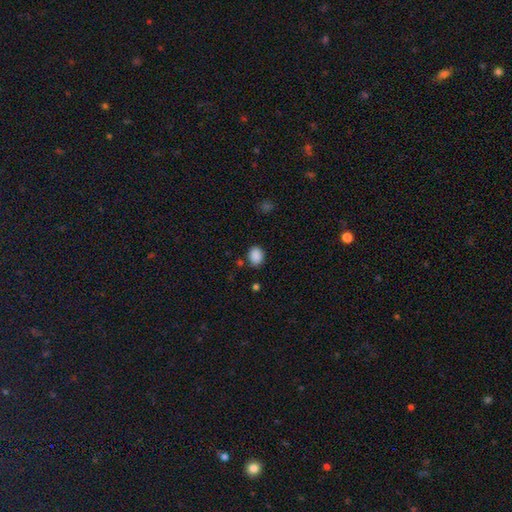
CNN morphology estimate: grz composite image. It shows a smooth galaxy with no disk features (88%) that is in between round and cigar-shaped (57%). Merging: none (80%).